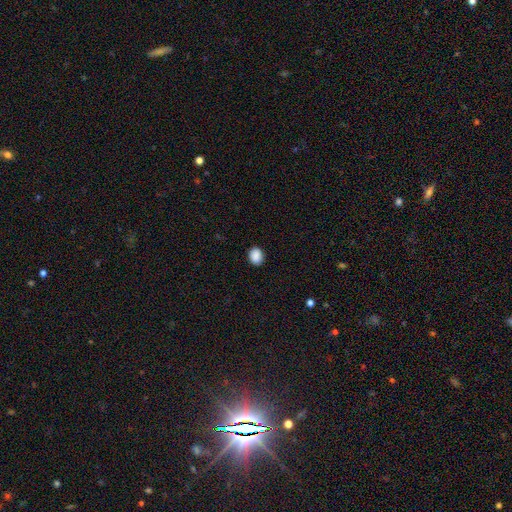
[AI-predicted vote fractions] smooth_or_featured: smooth (p=0.90) [alt: star or artifact p=0.08]
how_rounded: in between (p=0.61) [alt: round p=0.38]
merging: none (p=0.88) [alt: minor disturbance p=0.09]